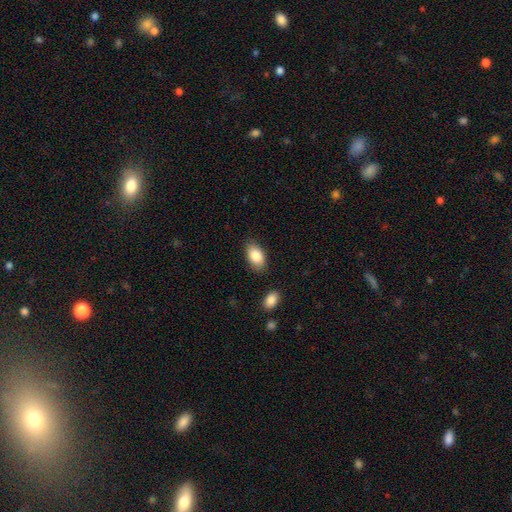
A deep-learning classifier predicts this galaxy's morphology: smooth-or-featured: smooth: 86% | featured or disk: 7% | star or artifact: 7%
  how-rounded: in between: 92% | round: 5% | cigar-shaped: 2%
  merging: none: 81% | minor disturbance: 13% | major disturbance: 3% | merger: 3%